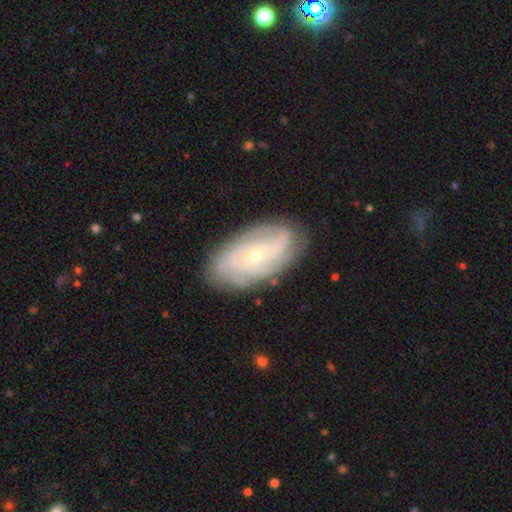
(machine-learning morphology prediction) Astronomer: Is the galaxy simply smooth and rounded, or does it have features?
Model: featured or disk — 82%.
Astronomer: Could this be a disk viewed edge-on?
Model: no — 95%.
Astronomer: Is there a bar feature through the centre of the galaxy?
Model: no — 46% (runner-up: weak, 40%).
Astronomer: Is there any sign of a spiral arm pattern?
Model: yes — 94%.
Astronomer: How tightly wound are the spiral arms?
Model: tight — 63%.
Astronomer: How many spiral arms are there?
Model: can't tell — 34% (runner-up: 2, 22%).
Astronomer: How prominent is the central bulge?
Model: small — 73%.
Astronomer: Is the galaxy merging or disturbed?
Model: none — 81%.